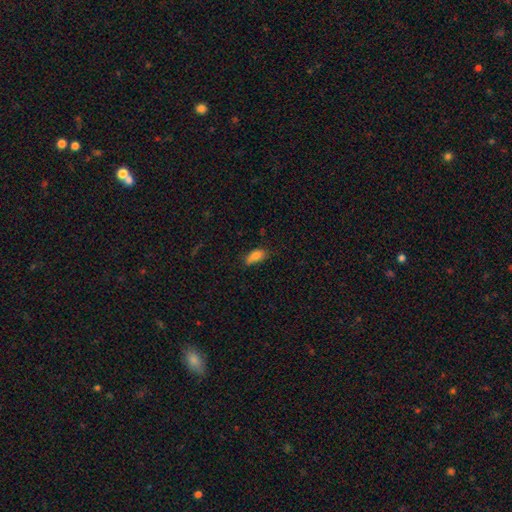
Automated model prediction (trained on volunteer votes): This is clearly a smooth galaxy (81%). How rounded: clearly in between (84%). Merging: possibly none (53%).